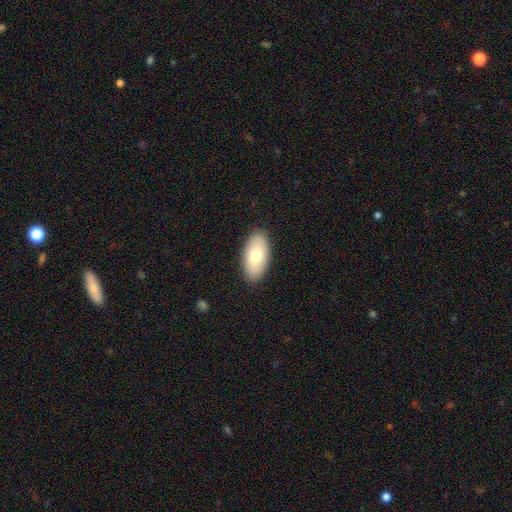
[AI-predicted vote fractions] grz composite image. It shows a smooth galaxy with no disk features (74%) that is in between round and cigar-shaped (94%). Merging: none (88%).